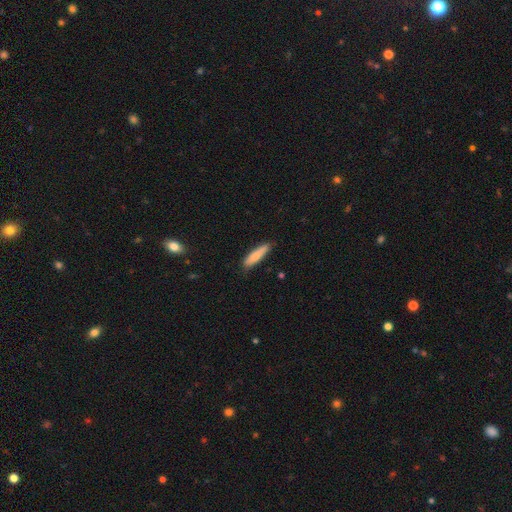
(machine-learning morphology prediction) Smooth or featured?
  - smooth: 80% *
  - featured or disk: 14%
  - star or artifact: 6%
How rounded?
  - cigar-shaped: 80% *
  - in between: 19%
  - round: 1%
Merging?
  - none: 81% *
  - minor disturbance: 15%
  - major disturbance: 2%
  - merger: 1%